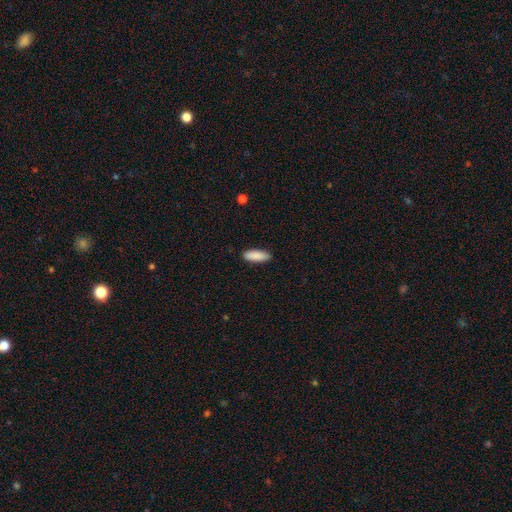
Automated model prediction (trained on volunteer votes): Smooth or featured: smooth — 90% (star or artifact — 6%)
How rounded: in between — 63% (cigar-shaped — 36%)
Merging: none — 89% (minor disturbance — 8%)